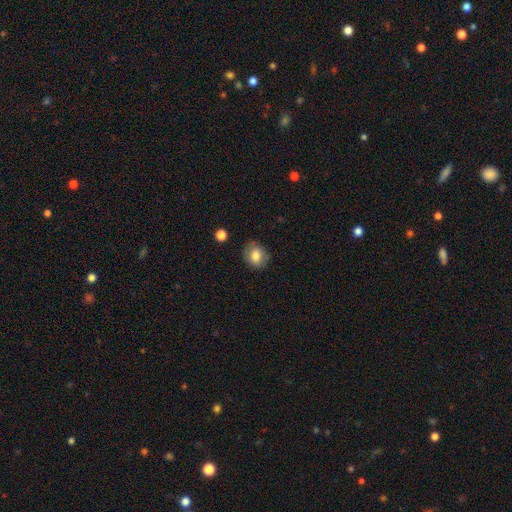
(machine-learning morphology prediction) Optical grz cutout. It shows a smooth galaxy with no disk features (79%) that is round (58%). Merging: none (80%).